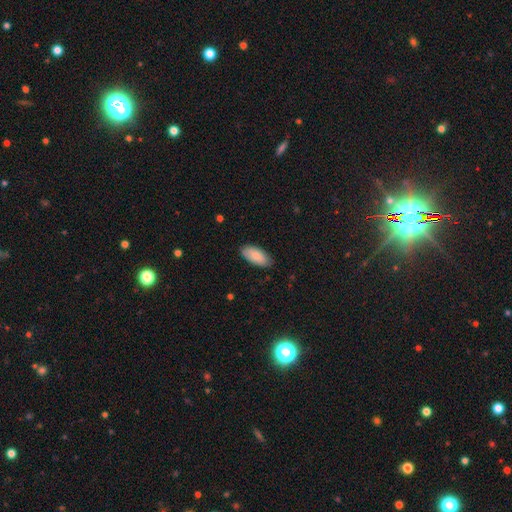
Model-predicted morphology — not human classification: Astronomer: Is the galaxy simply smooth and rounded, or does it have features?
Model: smooth — 85%.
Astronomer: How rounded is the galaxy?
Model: in between — 93%.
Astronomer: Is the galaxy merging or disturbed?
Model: none — 85%.